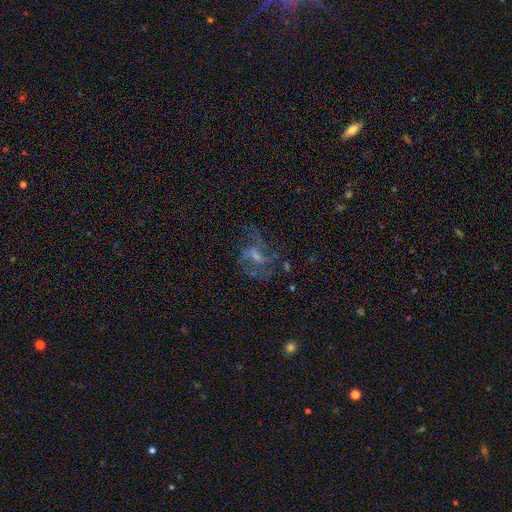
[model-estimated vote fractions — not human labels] This appears to be a featured or disk galaxy (69%) with a weak bar (49%), 2 (35%) loose (47%) spiral arms (82%) and a small central bulge (44%). Merging: none (53%).